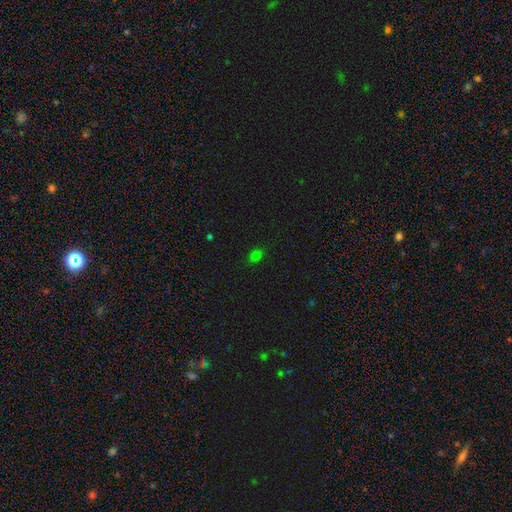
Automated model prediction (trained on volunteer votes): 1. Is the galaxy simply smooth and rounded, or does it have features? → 74% smooth, 21% star or artifact, 4% featured or disk.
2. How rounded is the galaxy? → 56% in between, 42% round, 2% cigar-shaped.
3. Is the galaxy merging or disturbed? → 86% none, 10% minor disturbance, 3% major disturbance, 1% merger.